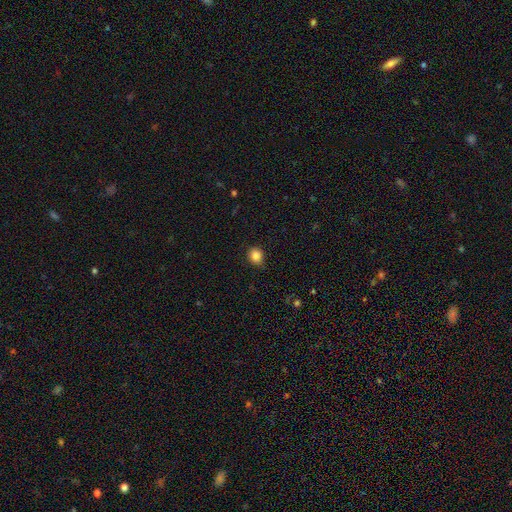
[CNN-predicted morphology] smooth 85%, star or artifact 10%, featured or disk 5%. Down the decision tree: how rounded — round (70%); merging — none (85%).